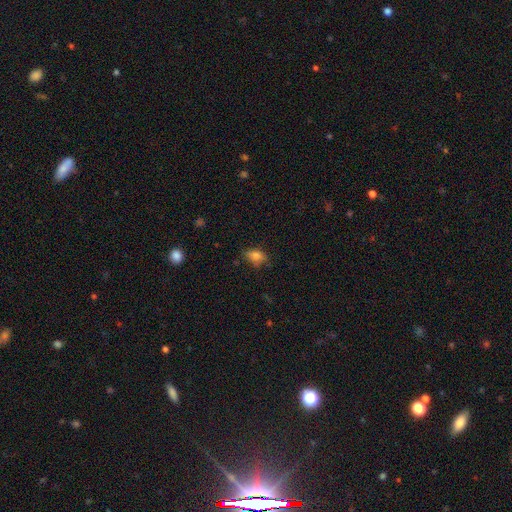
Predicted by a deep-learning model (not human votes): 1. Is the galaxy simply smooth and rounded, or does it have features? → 79% smooth, 11% star or artifact, 10% featured or disk.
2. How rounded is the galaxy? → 81% in between, 16% round, 3% cigar-shaped.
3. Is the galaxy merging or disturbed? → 63% none, 27% minor disturbance, 8% major disturbance, 2% merger.